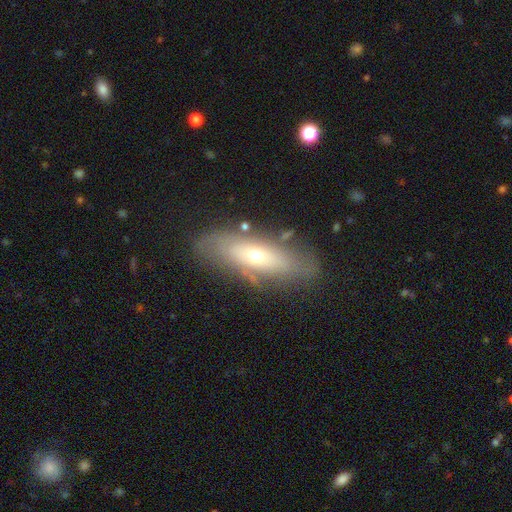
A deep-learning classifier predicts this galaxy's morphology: smooth-or-featured: featured or disk: 51% | smooth: 41% | star or artifact: 8%
  disk-edge-on: no: 65% | yes: 35%
  merging: none: 74% | minor disturbance: 17% | major disturbance: 6% | merger: 3%